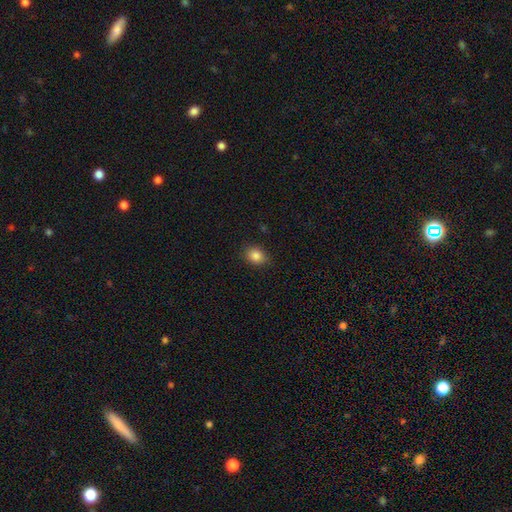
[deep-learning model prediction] smooth-or-featured: smooth: 85% | star or artifact: 10% | featured or disk: 5%
  how-rounded: in between: 50% | round: 49% | cigar-shaped: 1%
  merging: none: 85% | minor disturbance: 11% | major disturbance: 3% | merger: 1%